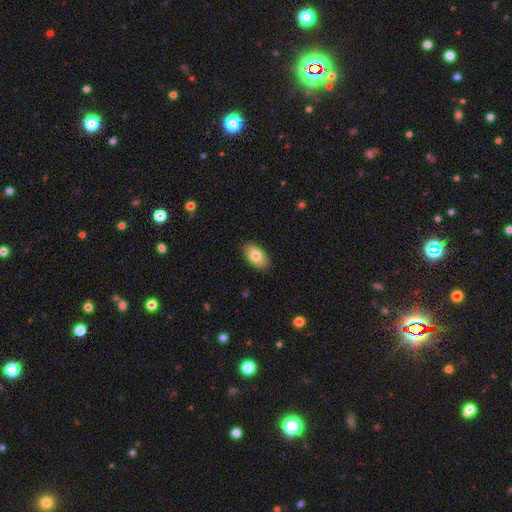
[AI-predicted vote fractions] Smooth or featured: smooth — 79% (featured or disk — 14%)
How rounded: in between — 93% (round — 5%)
Merging: none — 88% (minor disturbance — 9%)